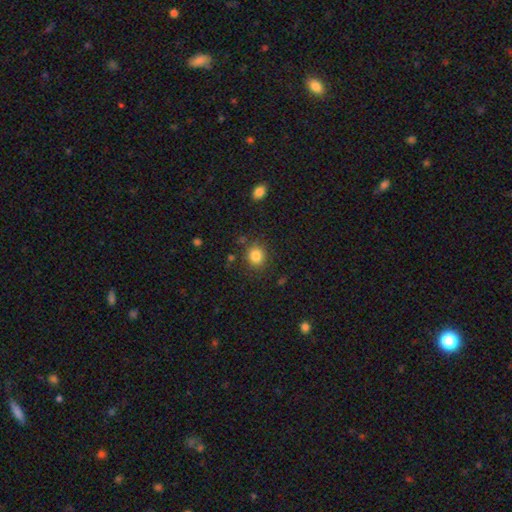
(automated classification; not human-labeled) smooth-or-featured: smooth: 84% | star or artifact: 11% | featured or disk: 6%
  how-rounded: round: 75% | in between: 24% | cigar-shaped: 1%
  merging: none: 83% | minor disturbance: 11% | major disturbance: 3% | merger: 3%